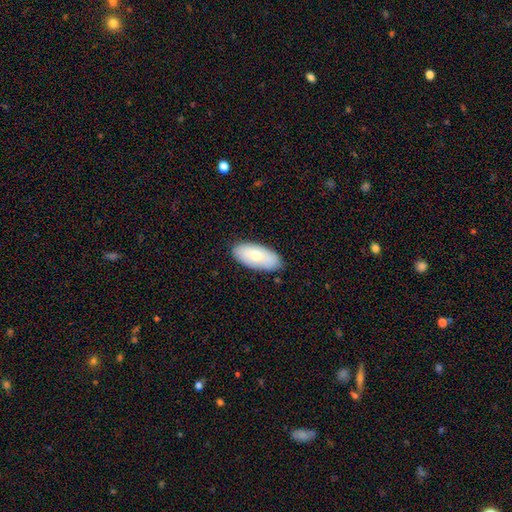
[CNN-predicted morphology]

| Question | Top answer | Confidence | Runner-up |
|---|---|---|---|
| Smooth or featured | smooth | 71% | featured or disk (23%) |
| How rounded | in between | 92% | cigar-shaped (6%) |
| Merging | none | 85% | minor disturbance (11%) |